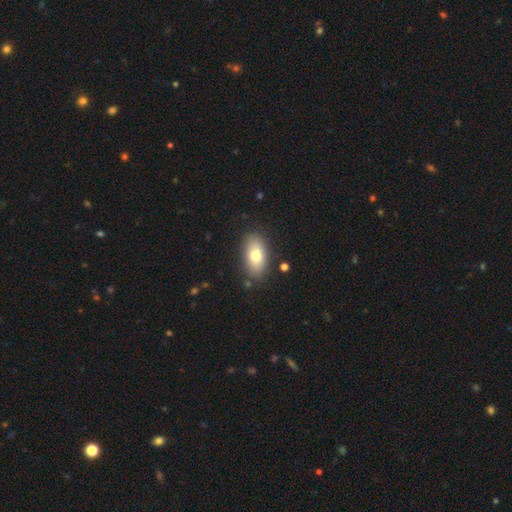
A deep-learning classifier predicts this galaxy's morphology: A smooth galaxy with no disk features (74%) that is in between round and cigar-shaped (90%). Merging: none (84%).